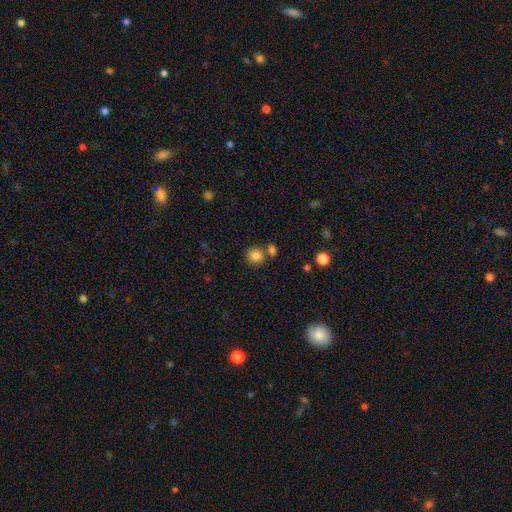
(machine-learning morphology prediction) Q: Smooth or featured?
A: smooth (84%); runner-up: star or artifact (10%)
Q: How rounded?
A: round (88%); runner-up: in between (11%)
Q: Merging?
A: none (67%); runner-up: merger (21%)